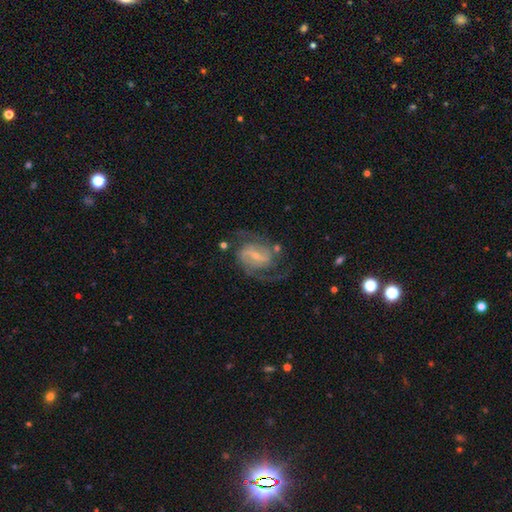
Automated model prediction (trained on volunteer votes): smooth_or_featured: featured or disk (p=0.88) [alt: smooth p=0.07]
disk_edge_on: no (p=0.97) [alt: yes p=0.03]
bar: weak (p=0.51) [alt: strong p=0.32]
has_spiral_arms: yes (p=0.96) [alt: no p=0.04]
spiral_winding: medium (p=0.55) [alt: tight p=0.25]
spiral_arm_count: 2 (p=0.84) [alt: can't tell p=0.06]
bulge_size: small (p=0.65) [alt: moderate p=0.24]
merging: none (p=0.66) [alt: minor disturbance p=0.16]